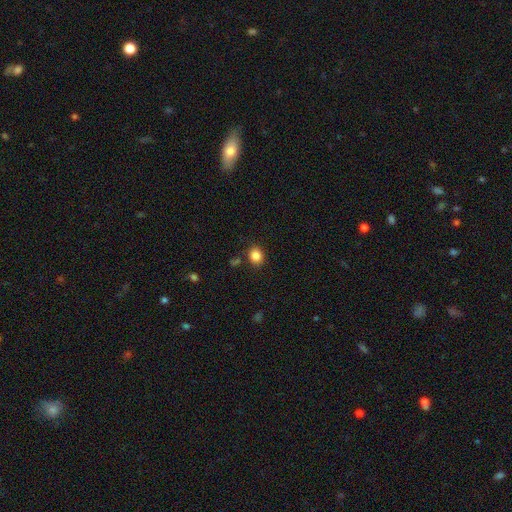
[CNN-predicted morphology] Overall: smooth (85%). How rounded: round (70%). Merging: none (84%).